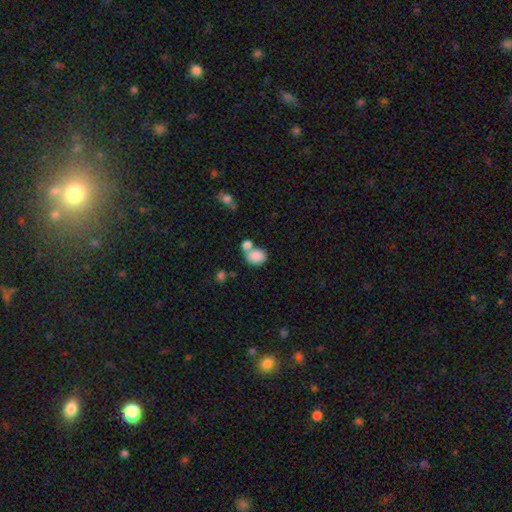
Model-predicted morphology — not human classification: smooth-or-featured: smooth: 85% | star or artifact: 9% | featured or disk: 6%
  how-rounded: round: 54% | in between: 45% | cigar-shaped: 1%
  merging: none: 48% | merger: 36% | minor disturbance: 11% | major disturbance: 5%